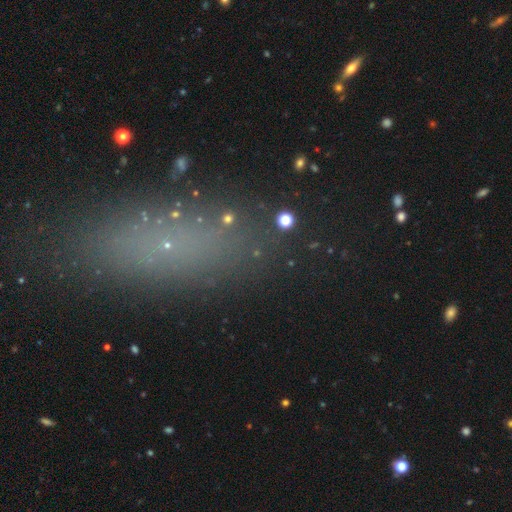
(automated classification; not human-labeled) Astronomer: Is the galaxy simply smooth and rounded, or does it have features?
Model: smooth — 45% (runner-up: star or artifact, 36%).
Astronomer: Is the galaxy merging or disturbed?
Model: none — 82%.